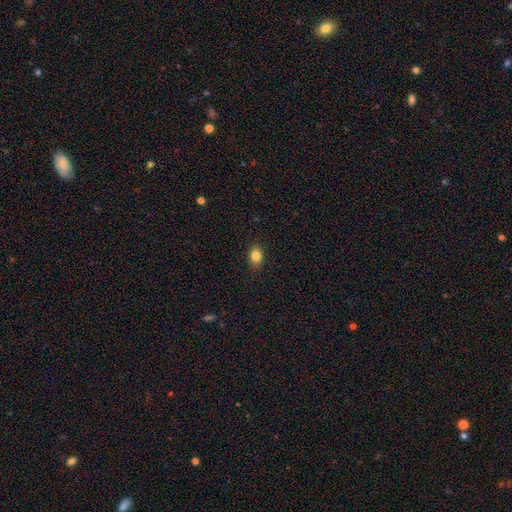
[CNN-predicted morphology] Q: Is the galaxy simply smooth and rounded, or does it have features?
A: smooth — 84%.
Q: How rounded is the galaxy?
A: in between — 63%.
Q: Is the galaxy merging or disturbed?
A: none — 88%.